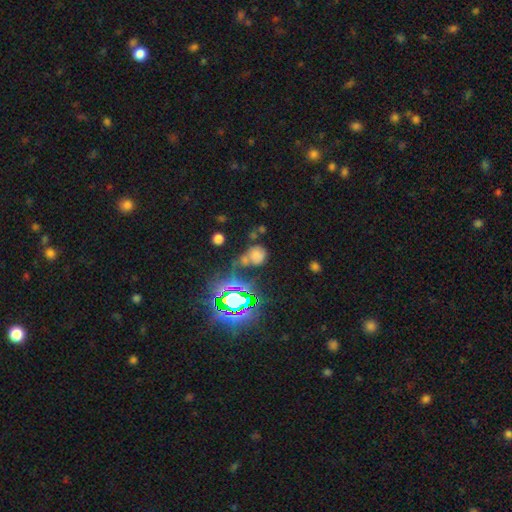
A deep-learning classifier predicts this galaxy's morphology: Smooth or featured?
  - smooth: 53% *
  - star or artifact: 34%
  - featured or disk: 13%
How rounded?
  - round: 73% *
  - in between: 26%
  - cigar-shaped: 2%
Merging?
  - none: 47% *
  - merger: 24%
  - minor disturbance: 17%
  - major disturbance: 12%